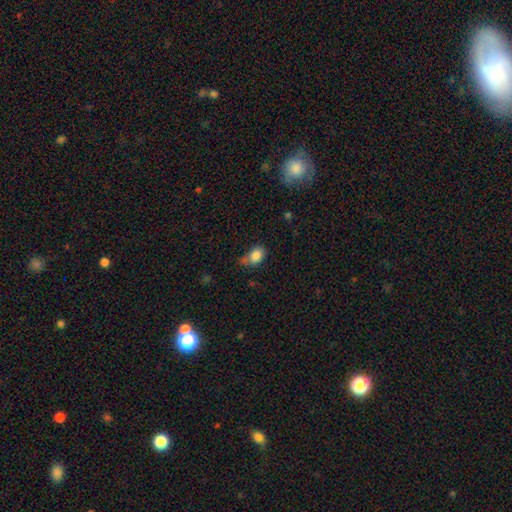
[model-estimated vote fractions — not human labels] This is clearly a smooth galaxy (85%). How rounded: likely in between (76%). Merging: possibly none (49%).